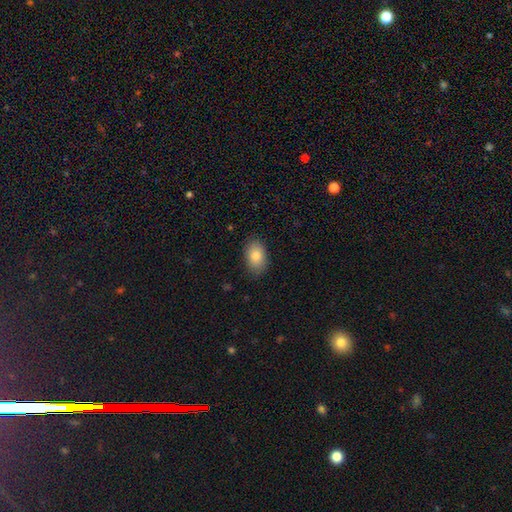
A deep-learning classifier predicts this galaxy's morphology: A smooth galaxy with no disk features (85%) that is in between round and cigar-shaped (89%). Merging: none (85%).